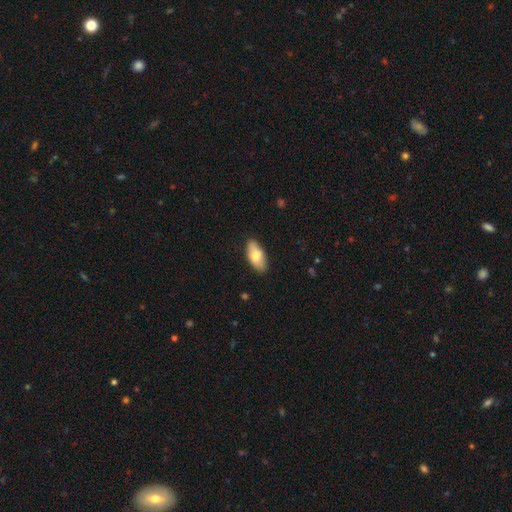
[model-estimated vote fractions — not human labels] Overall: smooth (76%). How rounded: in between (90%). Merging: none (85%).